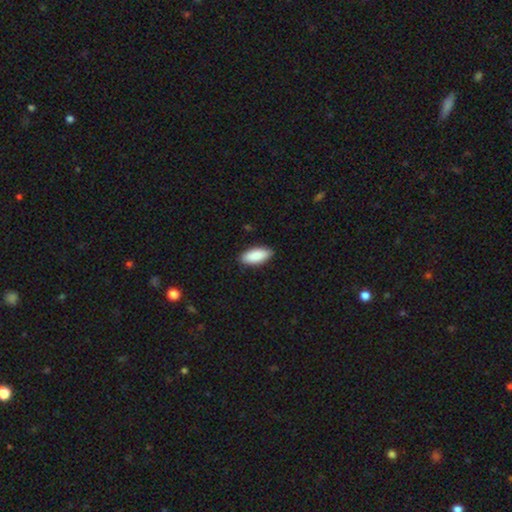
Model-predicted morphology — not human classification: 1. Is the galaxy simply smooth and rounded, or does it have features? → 90% smooth, 5% star or artifact, 4% featured or disk.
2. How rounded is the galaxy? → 88% in between, 11% cigar-shaped, 2% round.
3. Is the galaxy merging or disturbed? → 87% none, 10% minor disturbance, 2% major disturbance, 1% merger.